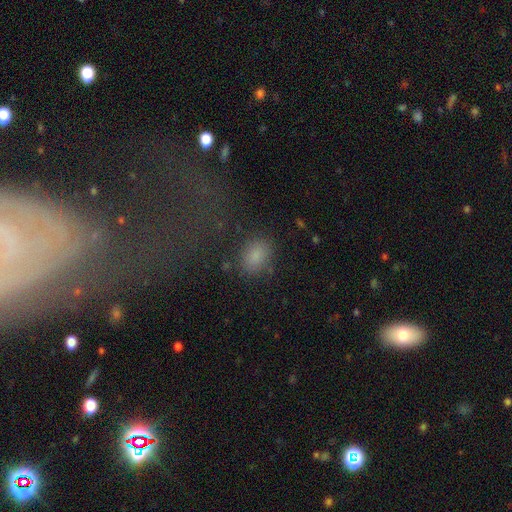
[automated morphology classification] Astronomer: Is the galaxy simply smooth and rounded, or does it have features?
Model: smooth — 82%.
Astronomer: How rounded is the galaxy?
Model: in between — 68%.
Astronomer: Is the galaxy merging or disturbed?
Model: none — 76%.